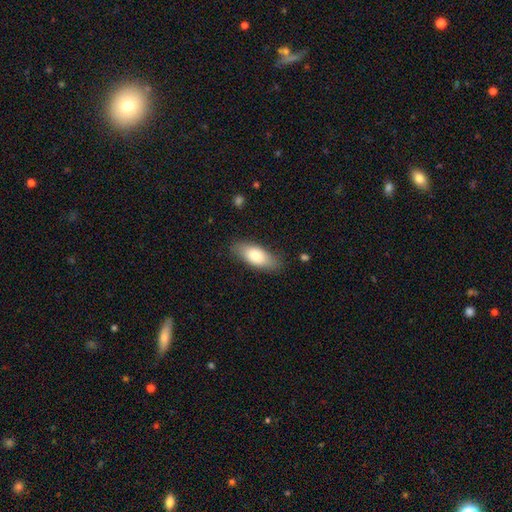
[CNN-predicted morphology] Smooth or featured? Predicted: smooth (p=0.78). How rounded? Predicted: in between (p=0.81). Merging? Predicted: none (p=0.81).